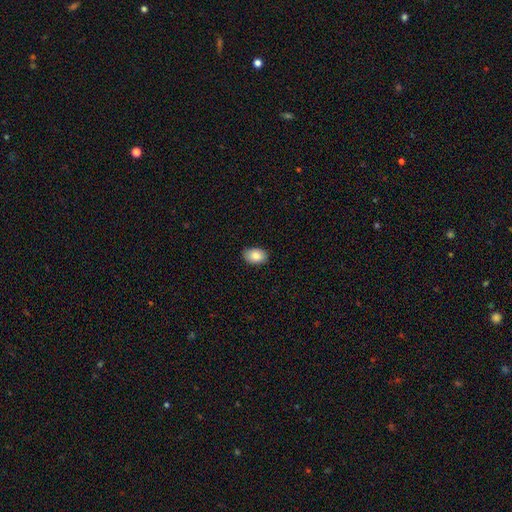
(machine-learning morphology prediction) Smooth or featured? Predicted: smooth (p=0.86). How rounded? Predicted: in between (p=0.86). Merging? Predicted: none (p=0.86).